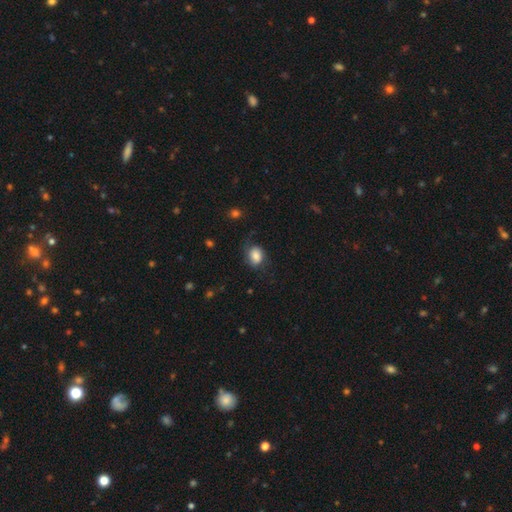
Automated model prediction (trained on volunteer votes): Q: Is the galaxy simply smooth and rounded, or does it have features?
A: smooth — 71%.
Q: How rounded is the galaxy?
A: in between — 64%.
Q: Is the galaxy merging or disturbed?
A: none — 56%.